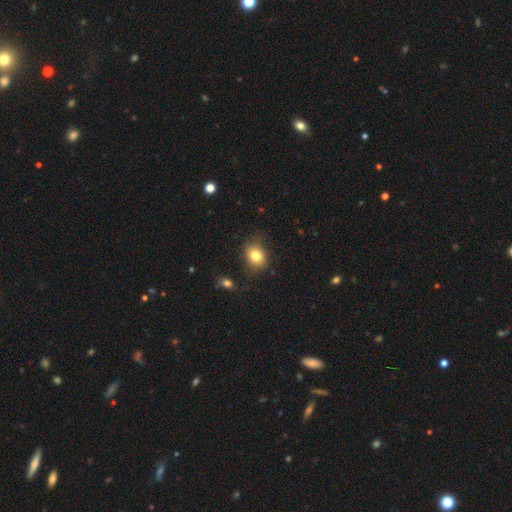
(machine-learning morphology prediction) Smooth or featured?
  - smooth: 81% *
  - star or artifact: 10%
  - featured or disk: 9%
How rounded?
  - round: 53% *
  - in between: 46%
  - cigar-shaped: 1%
Merging?
  - none: 74% *
  - minor disturbance: 18%
  - major disturbance: 6%
  - merger: 2%